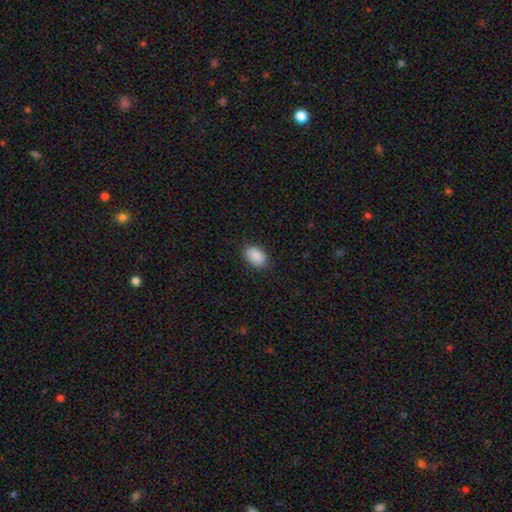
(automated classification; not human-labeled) Morphology: type=smooth (90%); roundness=in between (88%); merging=none (86%).